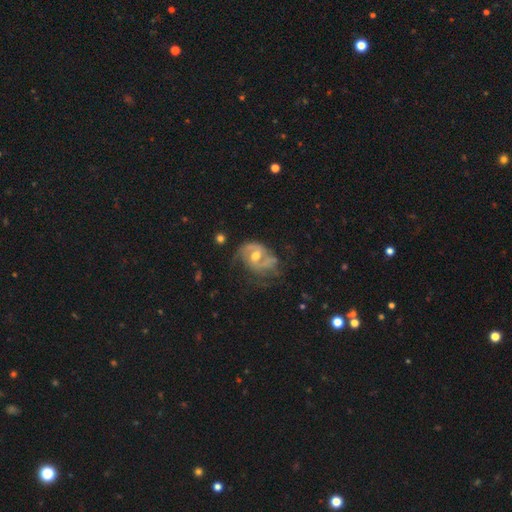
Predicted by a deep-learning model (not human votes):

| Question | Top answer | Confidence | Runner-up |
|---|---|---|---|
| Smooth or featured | featured or disk | 77% | smooth (16%) |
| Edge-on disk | no | 97% | yes (3%) |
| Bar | weak | 43% | no (42%) |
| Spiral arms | yes | 83% | no (17%) |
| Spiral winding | medium | 42% | tight (31%) |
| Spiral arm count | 2 | 57% | can't tell (20%) |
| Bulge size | moderate | 71% | small (19%) |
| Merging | none | 44% | major disturbance (27%) |